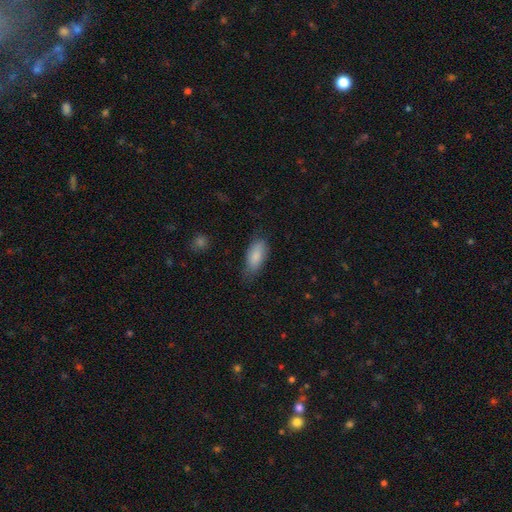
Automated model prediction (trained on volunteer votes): Smooth or featured: smooth — 84% (featured or disk — 9%)
How rounded: in between — 85% (cigar-shaped — 12%)
Merging: none — 64% (minor disturbance — 28%)